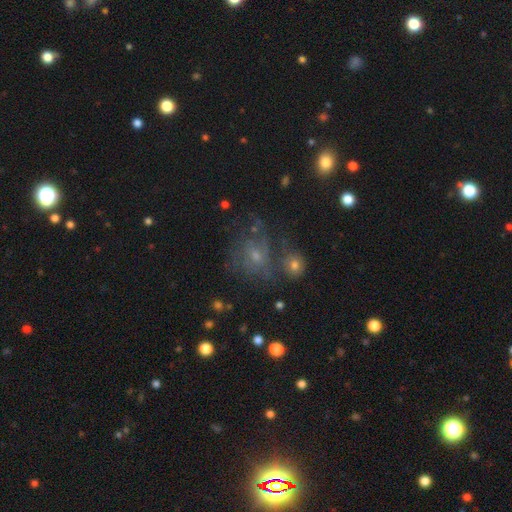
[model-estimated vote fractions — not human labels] Overall: featured or disk (44%; smooth 35%). Merging: none (52%; minor disturbance 19%).